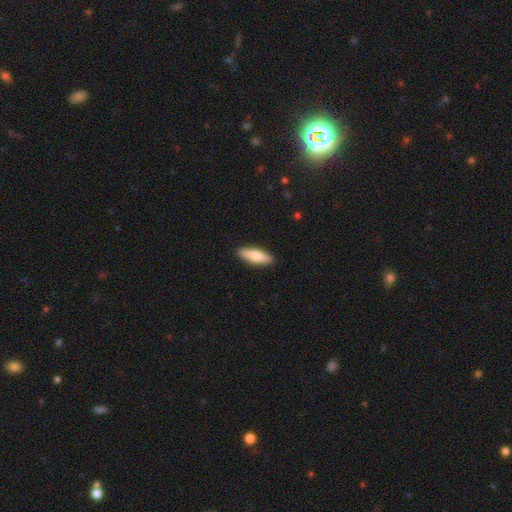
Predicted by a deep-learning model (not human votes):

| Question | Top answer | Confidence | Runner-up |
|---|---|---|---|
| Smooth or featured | smooth | 75% | featured or disk (19%) |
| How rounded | cigar-shaped | 53% | in between (45%) |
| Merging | none | 90% | minor disturbance (8%) |